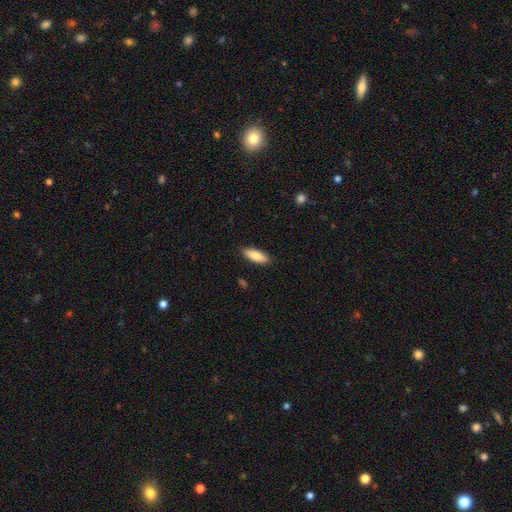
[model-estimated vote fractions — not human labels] Overall: smooth (86%). How rounded: in between (69%; cigar-shaped 29%). Merging: none (88%).